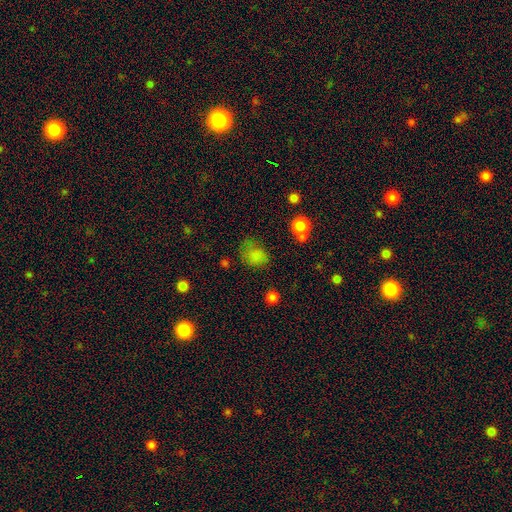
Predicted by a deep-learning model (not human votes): Smooth or featured: smooth — 78% (star or artifact — 14%)
How rounded: round — 53% (in between — 46%)
Merging: none — 57% (minor disturbance — 26%)